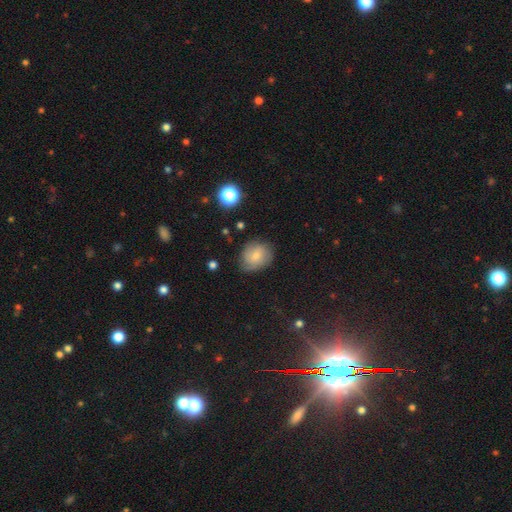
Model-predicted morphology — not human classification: A smooth galaxy with no disk features (60%) that is round (69%). Merging: none (69%).